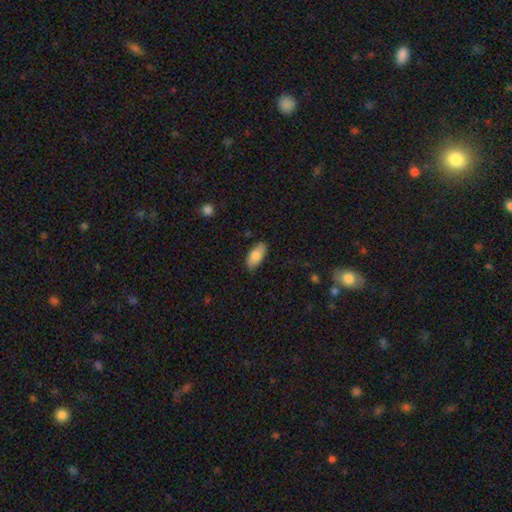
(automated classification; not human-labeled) smooth_or_featured: smooth (p=0.82) [alt: featured or disk p=0.11]
how_rounded: in between (p=0.92) [alt: cigar-shaped p=0.06]
merging: none (p=0.82) [alt: minor disturbance p=0.15]